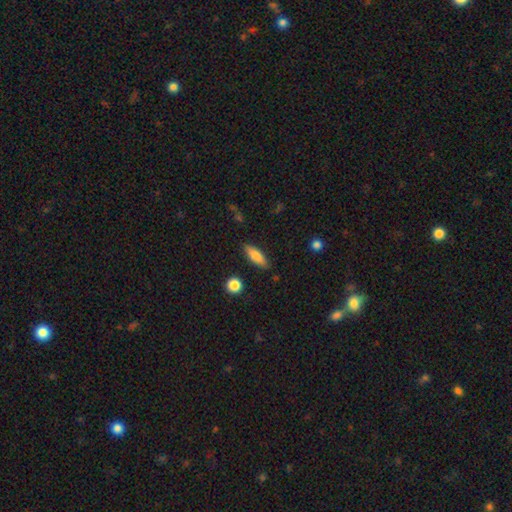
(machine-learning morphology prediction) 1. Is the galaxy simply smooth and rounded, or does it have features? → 76% smooth, 17% featured or disk, 7% star or artifact.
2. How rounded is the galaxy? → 49% in between, 48% cigar-shaped, 3% round.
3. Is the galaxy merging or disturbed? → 86% none, 10% minor disturbance, 2% major disturbance, 2% merger.